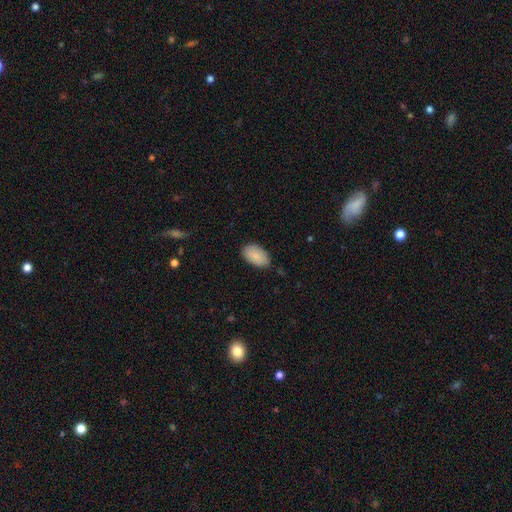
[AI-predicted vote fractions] Smooth or featured? Predicted: smooth (p=0.87). How rounded? Predicted: in between (p=0.94). Merging? Predicted: none (p=0.83).